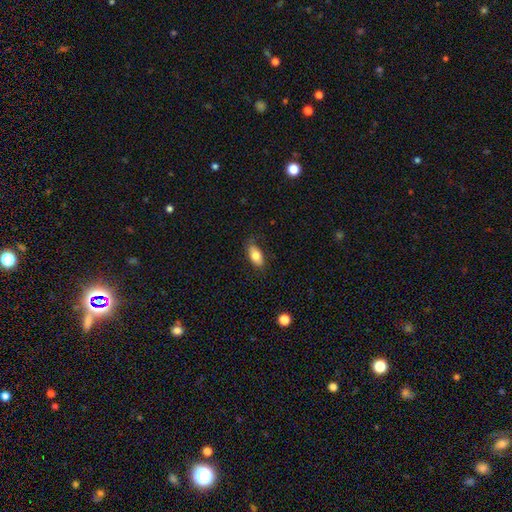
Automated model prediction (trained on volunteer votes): Q: Smooth or featured?
A: smooth (78%); runner-up: featured or disk (15%)
Q: How rounded?
A: in between (91%); runner-up: cigar-shaped (5%)
Q: Merging?
A: none (78%); runner-up: minor disturbance (17%)